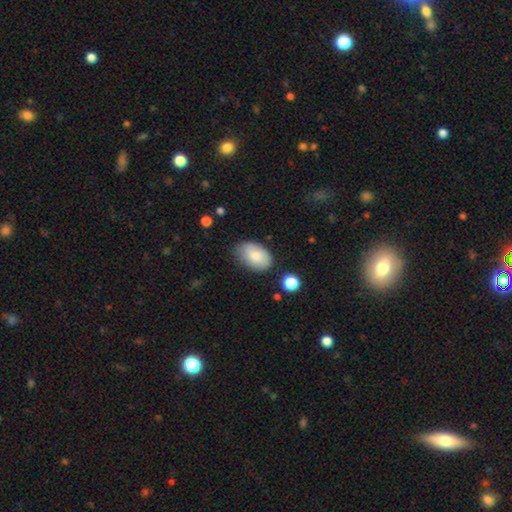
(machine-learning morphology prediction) This appears to be a smooth galaxy with no disk features (81%) that is in between round and cigar-shaped (90%). Merging: none (72%).